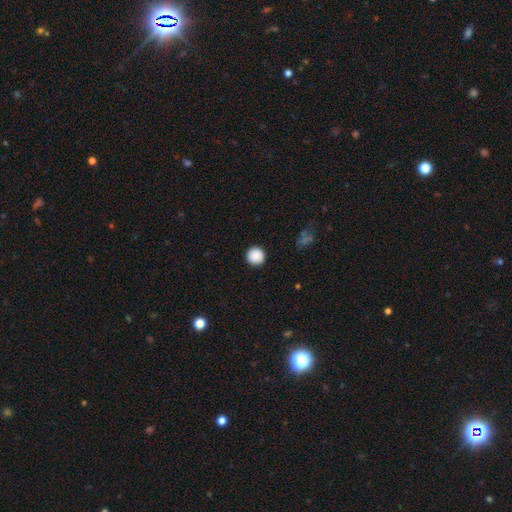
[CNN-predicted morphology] Q: Smooth or featured?
A: smooth (88%); runner-up: star or artifact (8%)
Q: How rounded?
A: round (96%); runner-up: in between (3%)
Q: Merging?
A: none (92%); runner-up: minor disturbance (6%)